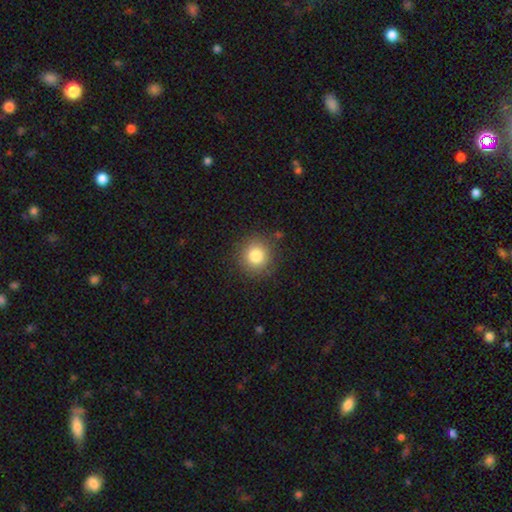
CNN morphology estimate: A smooth galaxy with no disk features (82%) that is round (91%). Merging: none (87%).